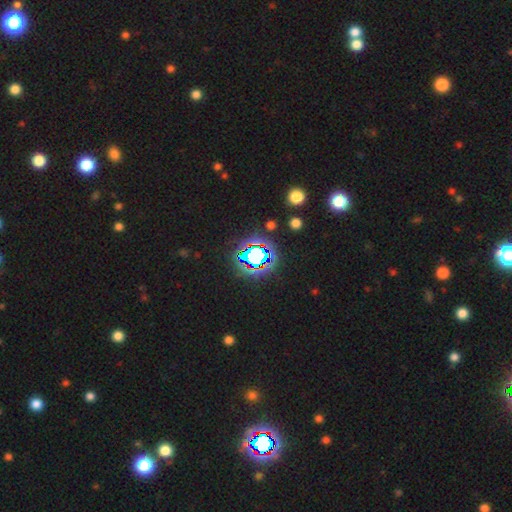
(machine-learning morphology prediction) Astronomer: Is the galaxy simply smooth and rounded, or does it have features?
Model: star or artifact — 65%.